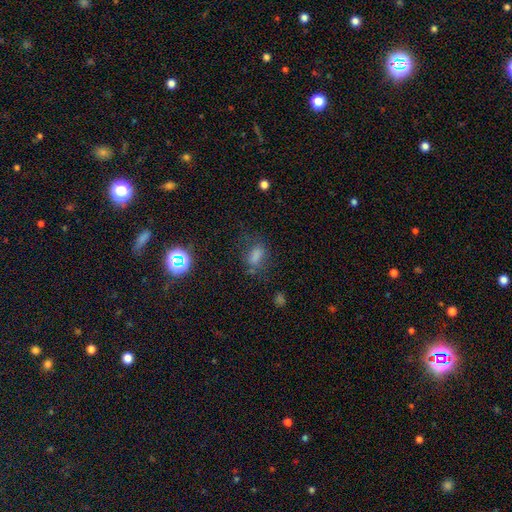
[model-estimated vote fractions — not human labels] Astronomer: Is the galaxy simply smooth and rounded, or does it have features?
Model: smooth — 59%.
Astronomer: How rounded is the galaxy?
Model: in between — 72%.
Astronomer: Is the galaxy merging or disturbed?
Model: none — 62%.